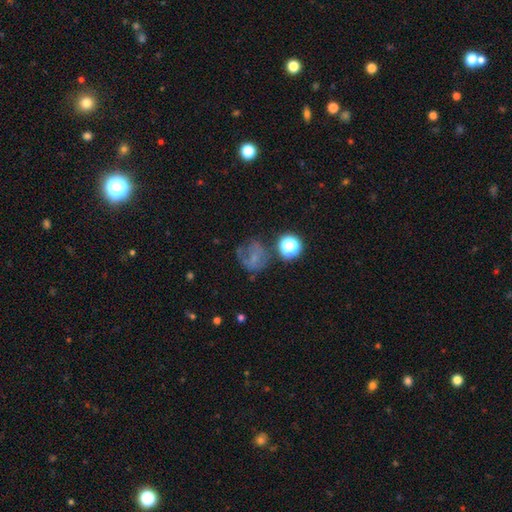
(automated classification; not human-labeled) Smooth or featured? smooth (47%)
Merging? none (46%)